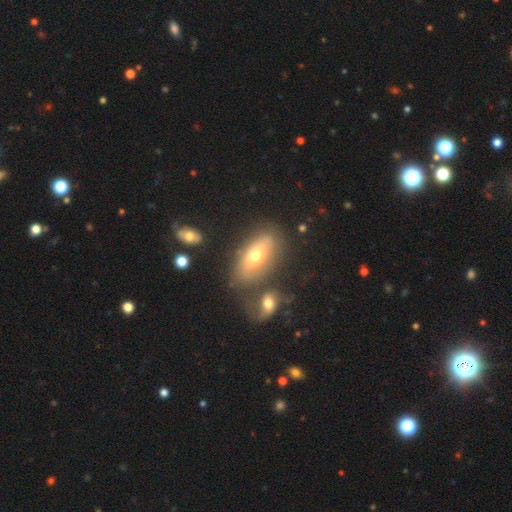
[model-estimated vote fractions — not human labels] smooth 55%, featured or disk 35%, star or artifact 9%. Down the decision tree: how rounded — in between (87%); merging — none (58%).